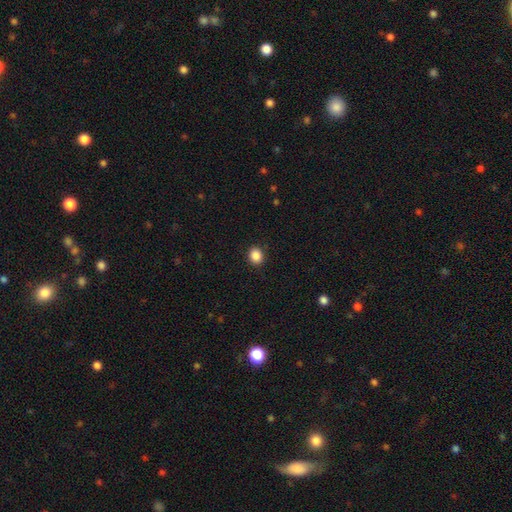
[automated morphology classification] Smooth or featured? smooth (88%)
How rounded? round (69%)
Merging? none (91%)